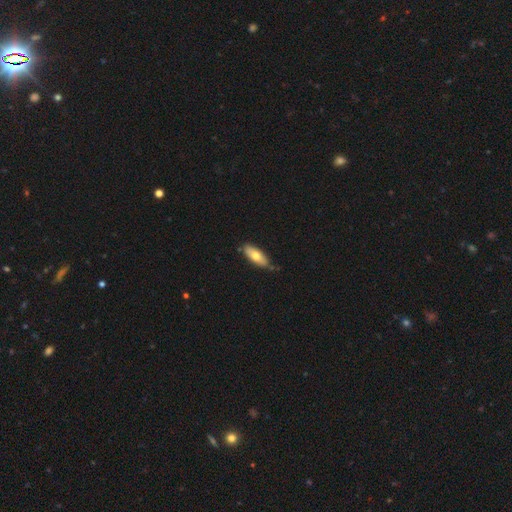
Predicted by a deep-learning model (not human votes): smooth_or_featured: smooth (p=0.67) [alt: featured or disk p=0.27]
how_rounded: in between (p=0.71) [alt: cigar-shaped p=0.27]
merging: none (p=0.76) [alt: minor disturbance p=0.19]